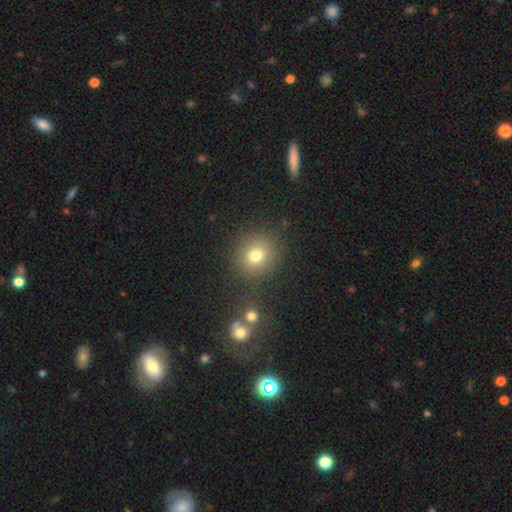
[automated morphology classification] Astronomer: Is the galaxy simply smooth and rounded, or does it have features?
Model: smooth — 75%.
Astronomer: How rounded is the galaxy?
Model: round — 84%.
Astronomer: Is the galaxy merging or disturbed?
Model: none — 82%.